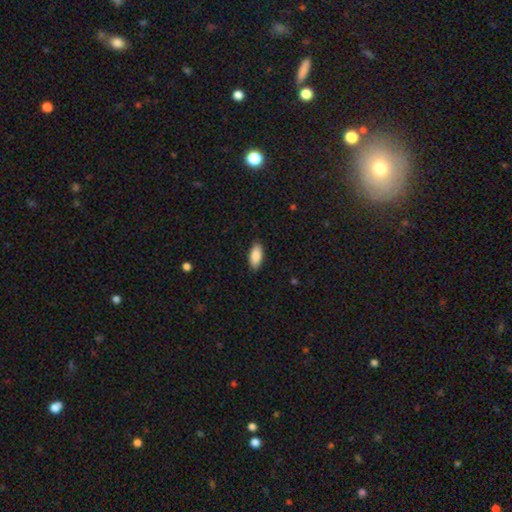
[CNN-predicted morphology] A smooth galaxy with no disk features (88%) that is in between round and cigar-shaped (87%). Merging: none (88%).